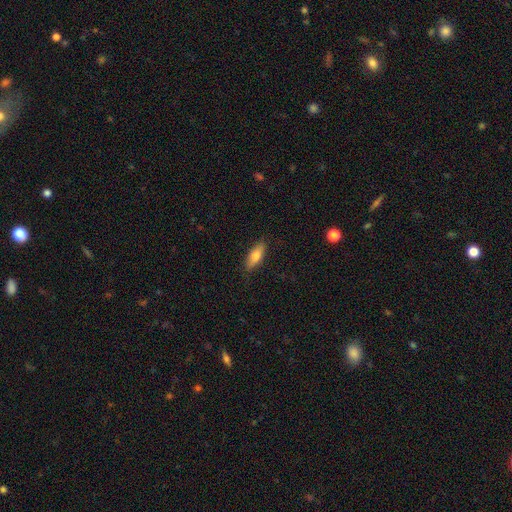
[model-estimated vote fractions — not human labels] A smooth galaxy with no disk features (74%) that is in between round and cigar-shaped (65%).

Vote fractions:
- Smooth or featured? smooth: 74% / featured or disk: 19% / star or artifact: 6%
- How rounded? in between: 65% / cigar-shaped: 33% / round: 2%
- Merging? none: 85% / minor disturbance: 12% / major disturbance: 2% / merger: 1%